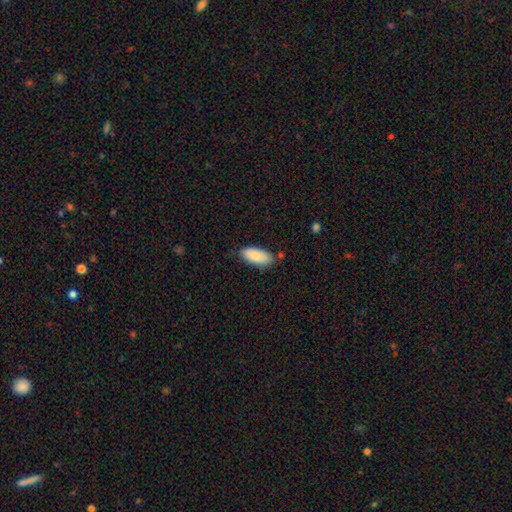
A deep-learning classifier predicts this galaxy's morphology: smooth_or_featured: smooth (p=0.84) [alt: featured or disk p=0.10]
how_rounded: in between (p=0.88) [alt: cigar-shaped p=0.10]
merging: none (p=0.76) [alt: minor disturbance p=0.18]